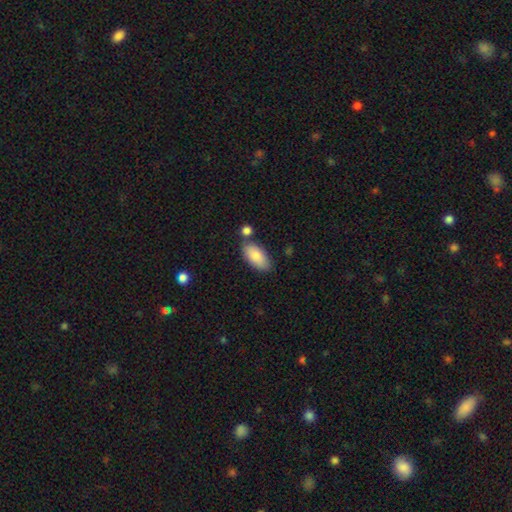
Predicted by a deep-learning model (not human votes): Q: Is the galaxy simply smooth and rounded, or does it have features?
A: smooth — 84%.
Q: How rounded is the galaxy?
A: in between — 93%.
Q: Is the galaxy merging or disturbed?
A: none — 69%.